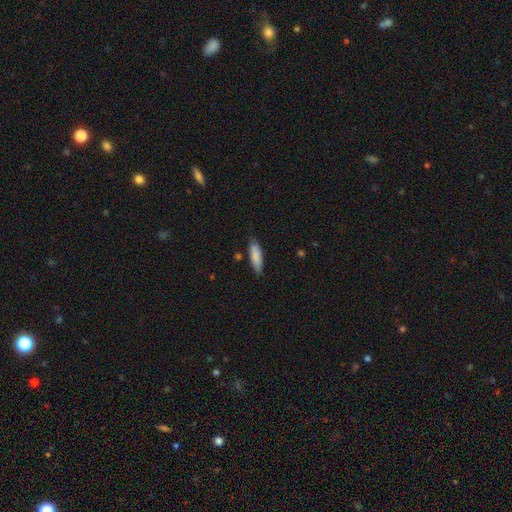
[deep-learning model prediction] Smooth or featured?
  - smooth: 83% *
  - featured or disk: 11%
  - star or artifact: 6%
How rounded?
  - cigar-shaped: 54% *
  - in between: 45%
  - round: 2%
Merging?
  - none: 78% *
  - minor disturbance: 17%
  - major disturbance: 3%
  - merger: 2%